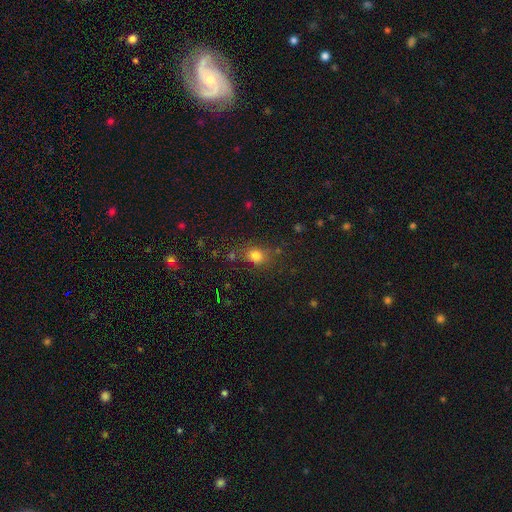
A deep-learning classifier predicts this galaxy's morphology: This is likely a smooth galaxy (78%). How rounded: possibly round (57%). Merging: likely none (73%).